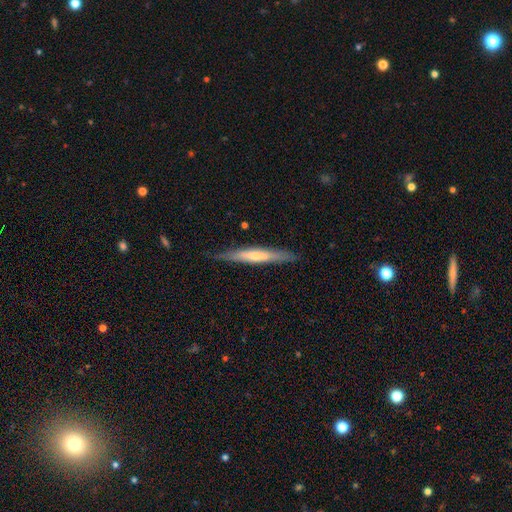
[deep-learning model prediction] Smooth or featured?
  - smooth: 50% *
  - featured or disk: 45%
  - star or artifact: 5%
Merging?
  - none: 83% *
  - minor disturbance: 13%
  - major disturbance: 3%
  - merger: 1%